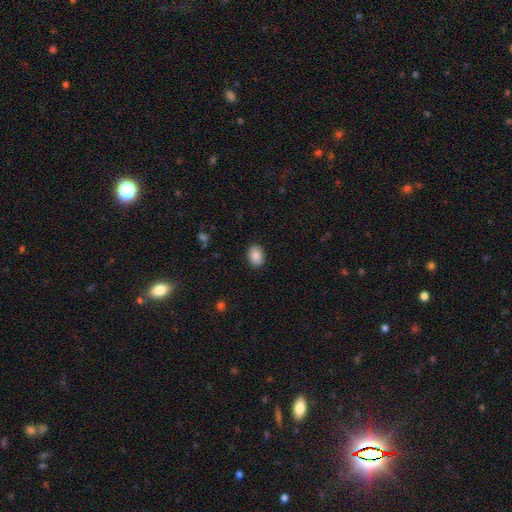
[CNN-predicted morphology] Q: Smooth or featured?
A: smooth (88%); runner-up: star or artifact (7%)
Q: How rounded?
A: in between (77%); runner-up: round (22%)
Q: Merging?
A: none (89%); runner-up: minor disturbance (8%)